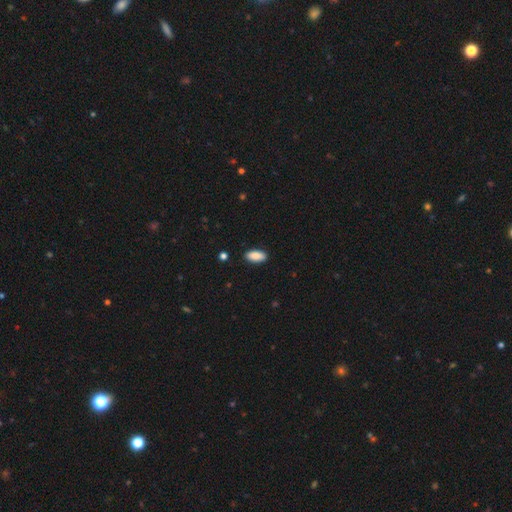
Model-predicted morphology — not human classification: type=smooth (89%); roundness=in between (87%); merging=none (89%).